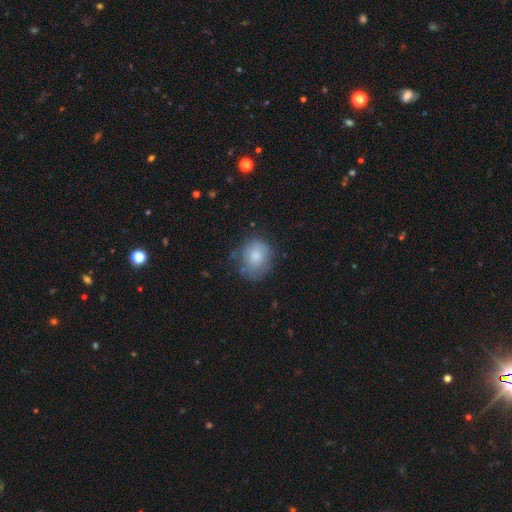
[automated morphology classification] A smooth galaxy with no disk features (80%) that is round (70%).

Vote fractions:
- Smooth or featured? smooth: 80% / featured or disk: 12% / star or artifact: 8%
- How rounded? round: 70% / in between: 29% / cigar-shaped: 1%
- Merging? none: 67% / minor disturbance: 23% / major disturbance: 8% / merger: 2%